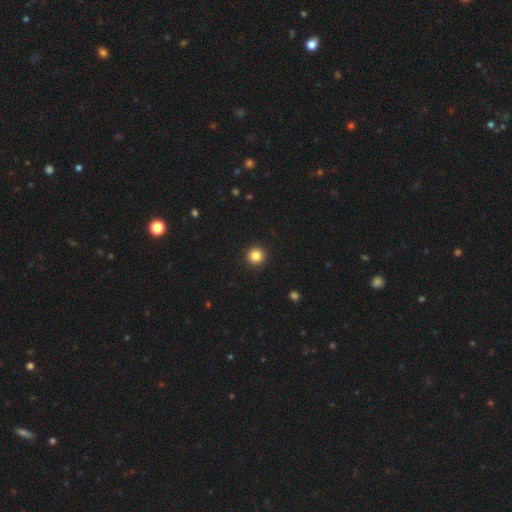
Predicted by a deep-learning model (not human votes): Overall: smooth (84%). How rounded: round (96%). Merging: none (93%).